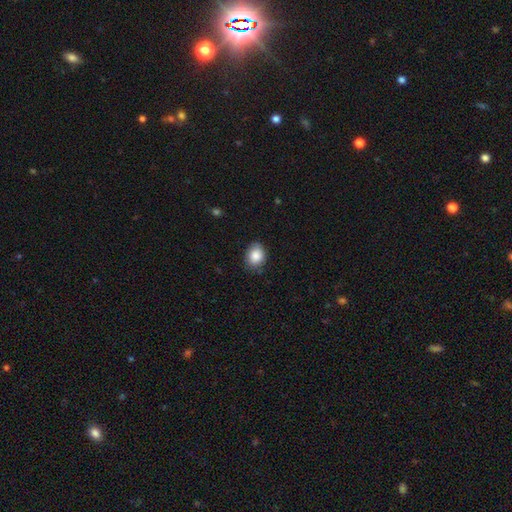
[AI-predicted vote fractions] Q: Smooth or featured?
A: smooth (86%); runner-up: star or artifact (8%)
Q: How rounded?
A: in between (51%); runner-up: round (48%)
Q: Merging?
A: none (76%); runner-up: minor disturbance (20%)